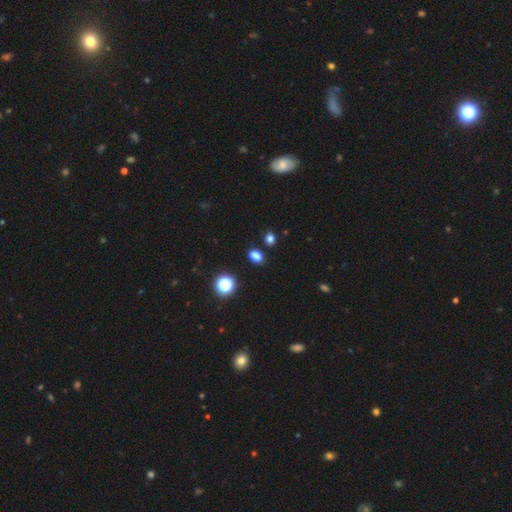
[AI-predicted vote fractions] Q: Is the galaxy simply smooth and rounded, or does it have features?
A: smooth — 81%.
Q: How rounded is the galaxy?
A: in between — 73%.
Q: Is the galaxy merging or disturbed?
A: none — 84%.